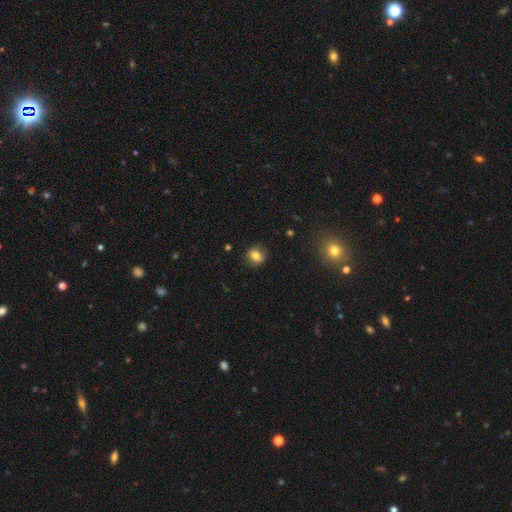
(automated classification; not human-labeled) The model was most divided on "how rounded": round: 60%, in between: 38%, cigar-shaped: 2%. More confident: merging — none (84%); smooth or featured — smooth (75%).